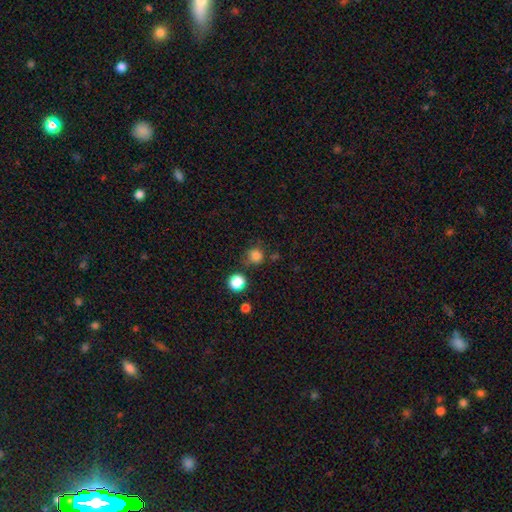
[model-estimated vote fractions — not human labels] Overall: smooth (80%). How rounded: round (90%). Merging: none (72%).